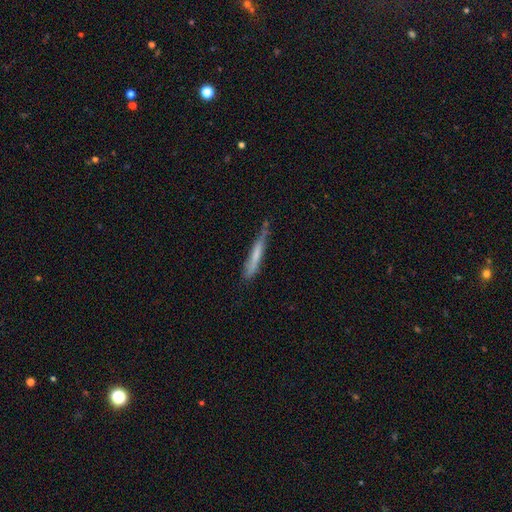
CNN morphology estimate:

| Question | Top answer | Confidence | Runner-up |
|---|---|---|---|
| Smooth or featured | smooth | 62% | featured or disk (31%) |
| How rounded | cigar-shaped | 94% | in between (4%) |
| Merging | none | 60% | minor disturbance (29%) |